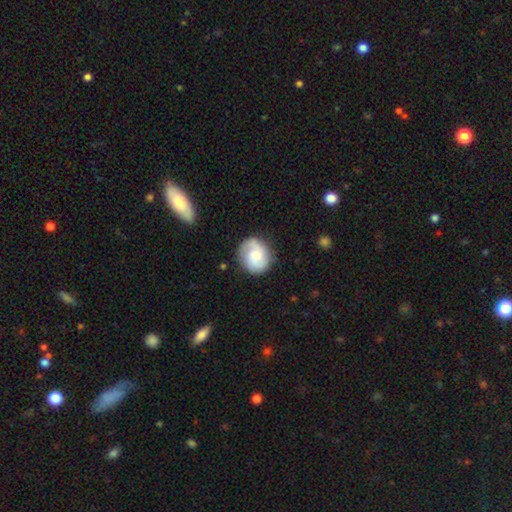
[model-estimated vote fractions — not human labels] smooth_or_featured: featured or disk (p=0.55) [alt: smooth p=0.38]
disk_edge_on: no (p=0.98) [alt: yes p=0.02]
bar: no (p=0.57) [alt: weak p=0.37]
has_spiral_arms: yes (p=0.91) [alt: no p=0.09]
bulge_size: moderate (p=0.43) [alt: small p=0.40]
merging: none (p=0.79) [alt: minor disturbance p=0.15]